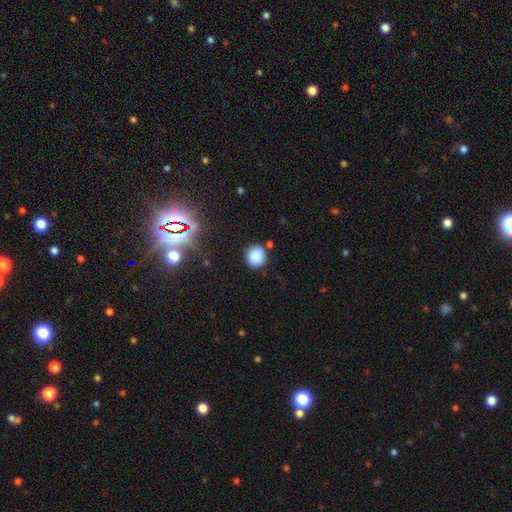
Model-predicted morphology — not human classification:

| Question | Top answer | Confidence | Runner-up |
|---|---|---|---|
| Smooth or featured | smooth | 84% | star or artifact (12%) |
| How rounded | round | 89% | in between (10%) |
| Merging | none | 85% | minor disturbance (9%) |